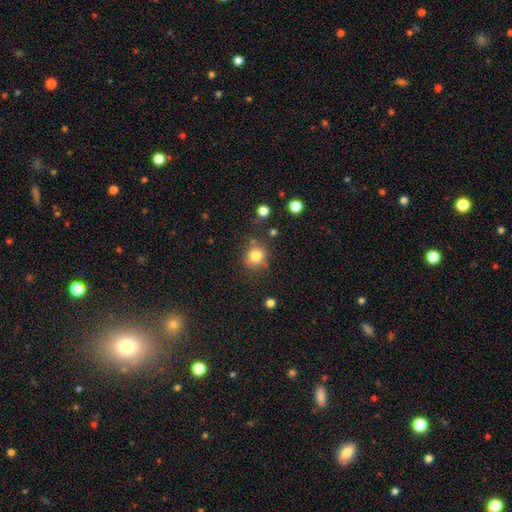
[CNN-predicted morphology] Smooth or featured?
  - smooth: 80% *
  - star or artifact: 12%
  - featured or disk: 8%
How rounded?
  - round: 84% *
  - in between: 15%
  - cigar-shaped: 1%
Merging?
  - none: 75% *
  - minor disturbance: 14%
  - merger: 7%
  - major disturbance: 4%